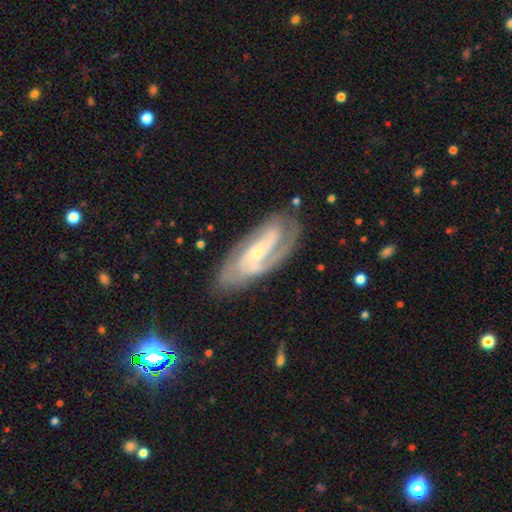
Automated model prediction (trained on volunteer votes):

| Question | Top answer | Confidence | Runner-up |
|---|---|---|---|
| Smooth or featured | featured or disk | 84% | smooth (9%) |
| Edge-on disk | no | 93% | yes (7%) |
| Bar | no | 44% | weak (37%) |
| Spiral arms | yes | 96% | no (4%) |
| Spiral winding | tight | 53% | medium (38%) |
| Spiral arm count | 2 | 60% | can't tell (18%) |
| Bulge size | small | 74% | moderate (20%) |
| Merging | none | 76% | minor disturbance (17%) |